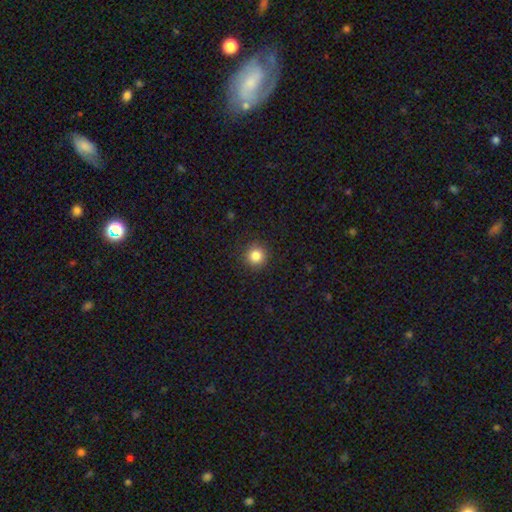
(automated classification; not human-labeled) smooth 84%, star or artifact 11%, featured or disk 5%. Down the decision tree: how rounded — round (94%); merging — none (91%).